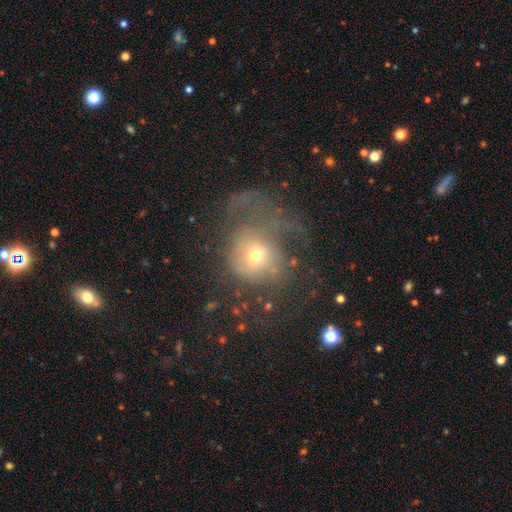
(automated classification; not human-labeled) Overall: smooth (48%; featured or disk 39%). Merging: major disturbance (62%).